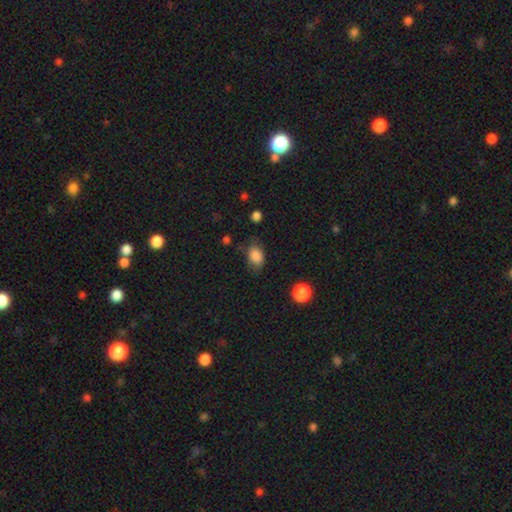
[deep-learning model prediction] smooth_or_featured: smooth (p=0.85) [alt: star or artifact p=0.09]
how_rounded: in between (p=0.78) [alt: round p=0.20]
merging: none (p=0.68) [alt: minor disturbance p=0.23]